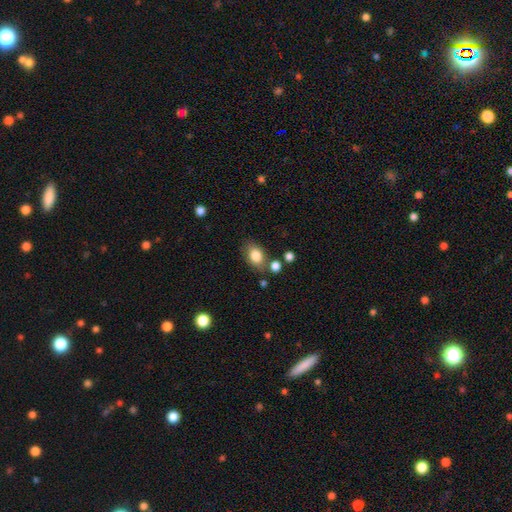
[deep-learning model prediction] Smooth or featured? Predicted: smooth (p=0.82). How rounded? Predicted: in between (p=0.79). Merging? Predicted: none (p=0.73).